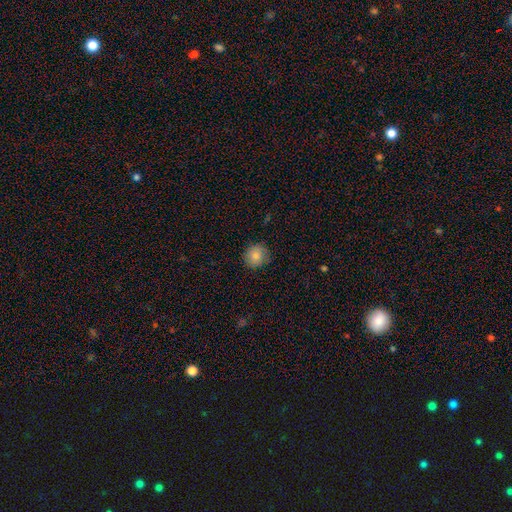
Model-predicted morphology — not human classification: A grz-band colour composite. It shows a smooth galaxy with no disk features (83%) that is round (89%). Merging: none (83%).